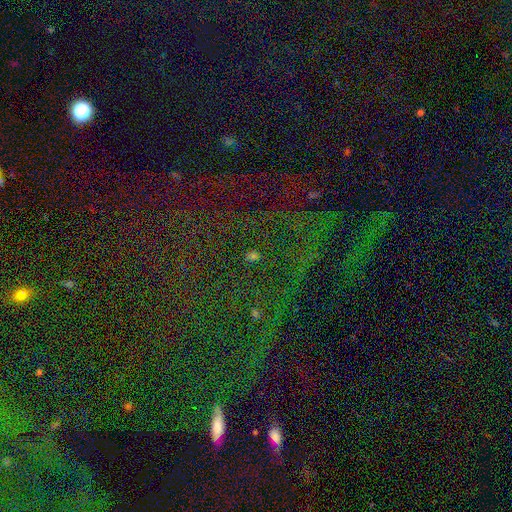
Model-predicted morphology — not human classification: smooth_or_featured: star or artifact (p=0.76) [alt: smooth p=0.13]